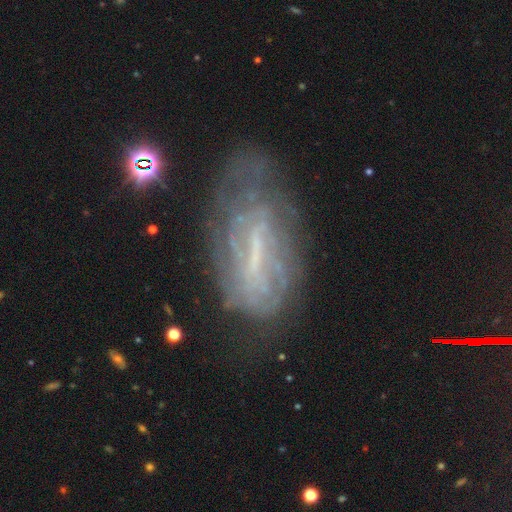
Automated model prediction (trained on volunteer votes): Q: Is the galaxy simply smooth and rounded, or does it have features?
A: featured or disk — 67%.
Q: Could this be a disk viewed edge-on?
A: no — 86%.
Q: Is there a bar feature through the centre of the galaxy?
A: strong — 43%.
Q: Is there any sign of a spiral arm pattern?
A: yes — 57%.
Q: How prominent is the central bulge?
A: none — 47%.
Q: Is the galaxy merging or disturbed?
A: none — 52%.